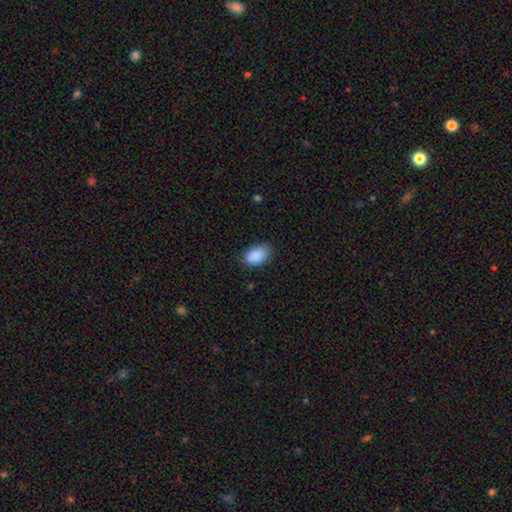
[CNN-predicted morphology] Smooth or featured: smooth — 90% (star or artifact — 7%)
How rounded: in between — 91% (round — 8%)
Merging: none — 81% (minor disturbance — 16%)